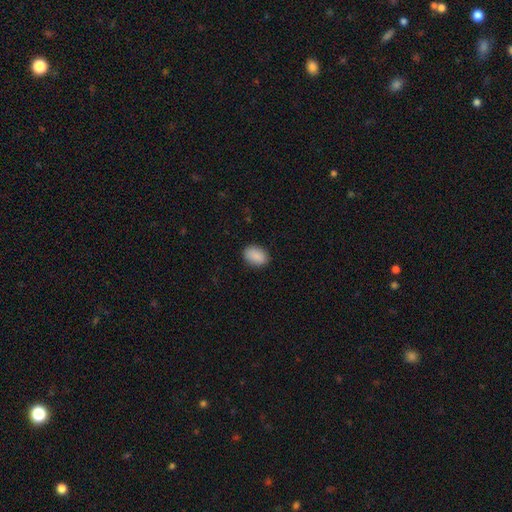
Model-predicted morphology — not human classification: smooth-or-featured: smooth: 90% | star or artifact: 7% | featured or disk: 3%
  how-rounded: in between: 83% | round: 16% | cigar-shaped: 1%
  merging: none: 88% | minor disturbance: 8% | major disturbance: 2% | merger: 1%